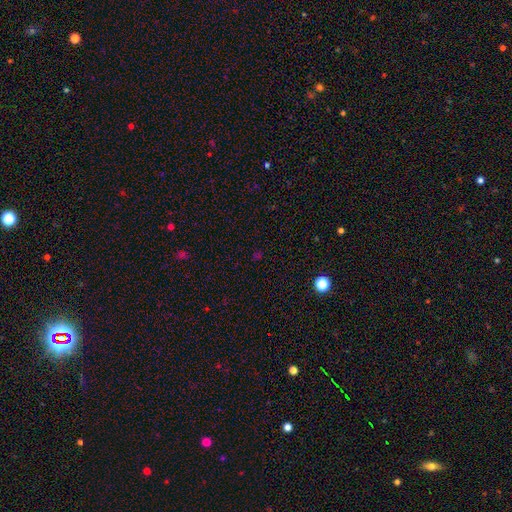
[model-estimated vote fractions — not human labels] smooth_or_featured: star or artifact (p=0.58) [alt: smooth p=0.36]